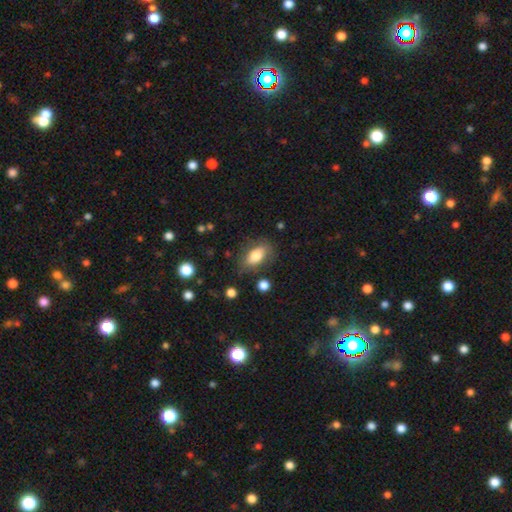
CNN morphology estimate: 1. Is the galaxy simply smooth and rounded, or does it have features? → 77% smooth, 15% featured or disk, 8% star or artifact.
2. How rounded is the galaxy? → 88% in between, 7% round, 5% cigar-shaped.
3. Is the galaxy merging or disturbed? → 72% none, 19% minor disturbance, 6% major disturbance, 3% merger.